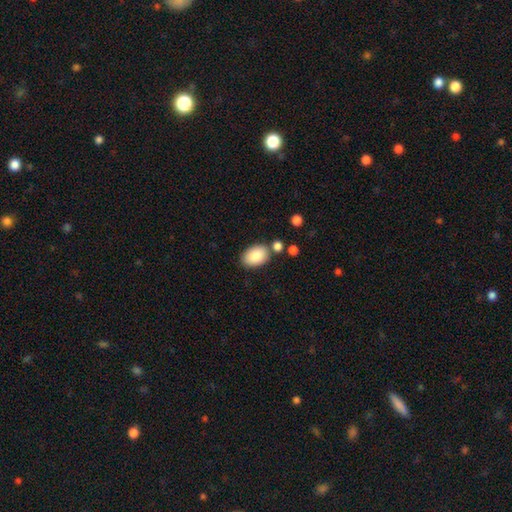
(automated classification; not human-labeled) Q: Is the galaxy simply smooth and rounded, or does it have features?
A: smooth — 85%.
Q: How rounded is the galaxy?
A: in between — 87%.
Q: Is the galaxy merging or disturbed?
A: none — 75%.